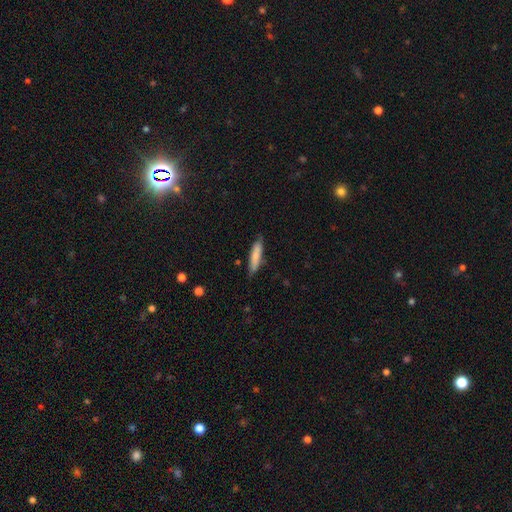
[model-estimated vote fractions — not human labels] Smooth or featured? Predicted: smooth (p=0.80). How rounded? Predicted: cigar-shaped (p=0.78). Merging? Predicted: none (p=0.79).